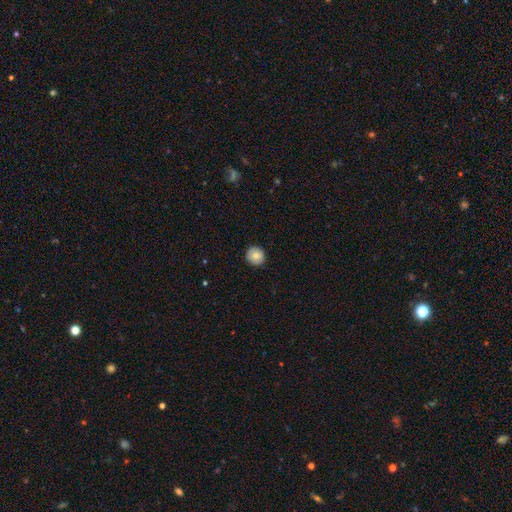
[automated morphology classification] This appears to be a smooth galaxy with no disk features (82%) that is round (91%). Merging: none (90%).